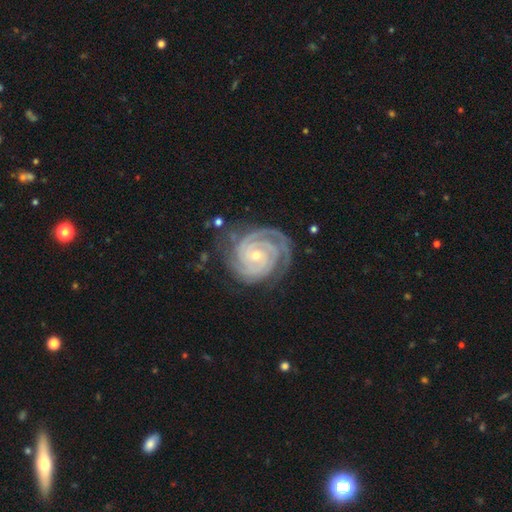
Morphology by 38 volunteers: featured or disk 97%, star or artifact 3%, smooth 0%. Down the decision tree: edge-on disk — no (100%); bar — no (70%); spiral arms — yes (97%); spiral arm count — 3 (50%); spiral winding — tight (83%); bulge size — small (57%); merging — none (68%).